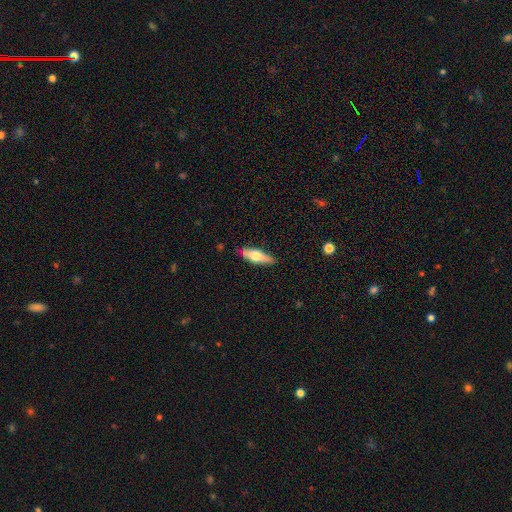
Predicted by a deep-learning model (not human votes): smooth 56%, featured or disk 39%, star or artifact 6%. Down the decision tree: how rounded — cigar-shaped (50%); merging — none (85%).